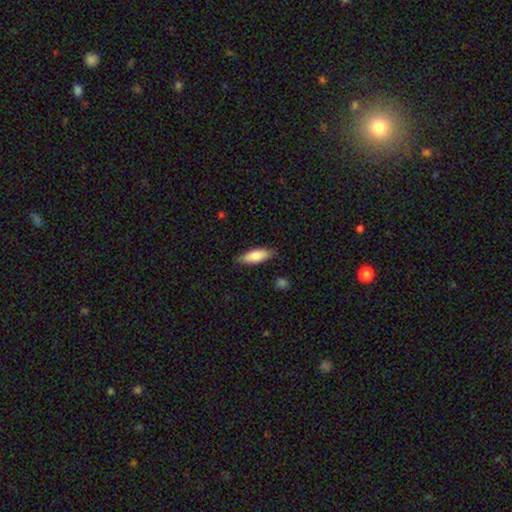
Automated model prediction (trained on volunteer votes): A smooth galaxy with no disk features (78%) that is in between round and cigar-shaped (68%). Merging: none (82%).